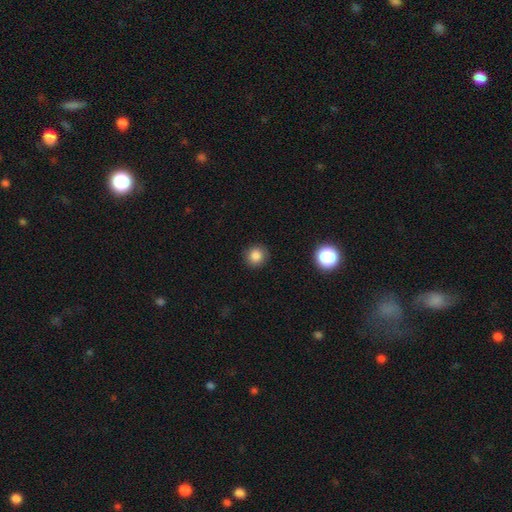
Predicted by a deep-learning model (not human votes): Q: Smooth or featured?
A: smooth (84%); runner-up: star or artifact (12%)
Q: How rounded?
A: round (91%); runner-up: in between (8%)
Q: Merging?
A: none (90%); runner-up: minor disturbance (6%)